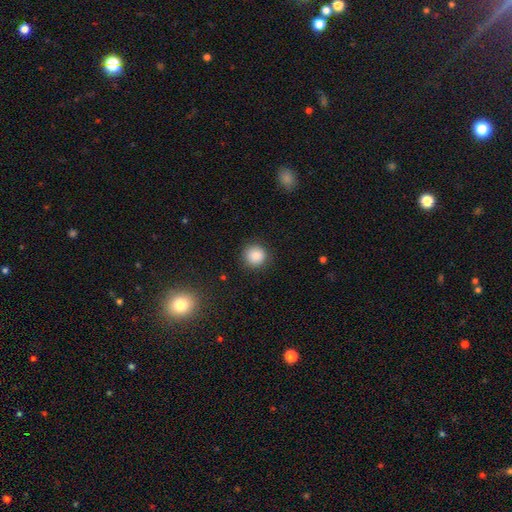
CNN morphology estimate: smooth_or_featured: smooth (p=0.85) [alt: star or artifact p=0.10]
how_rounded: round (p=0.93) [alt: in between p=0.06]
merging: none (p=0.89) [alt: minor disturbance p=0.07]